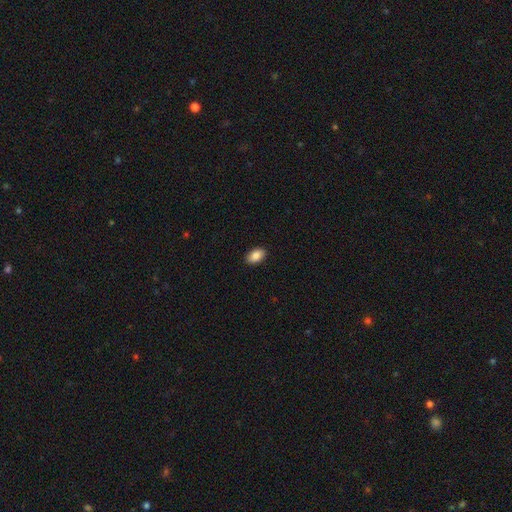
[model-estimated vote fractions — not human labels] Smooth or featured: smooth — 88% (star or artifact — 7%)
How rounded: in between — 91% (round — 8%)
Merging: none — 90% (minor disturbance — 7%)